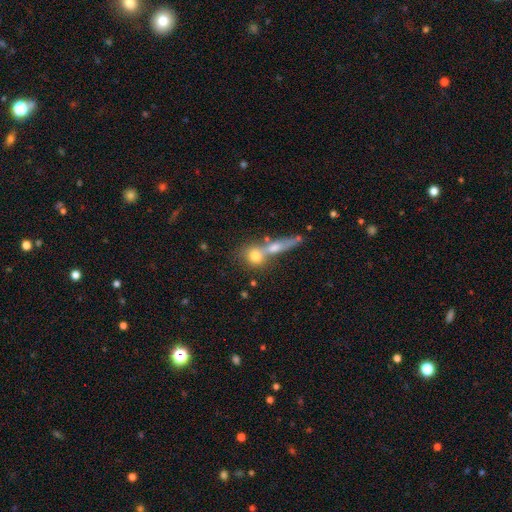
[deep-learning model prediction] The model was most divided on "merging": merger: 49%, none: 36%, minor disturbance: 9%, major disturbance: 6%. More confident: smooth or featured — smooth (71%); how rounded — round (66%).